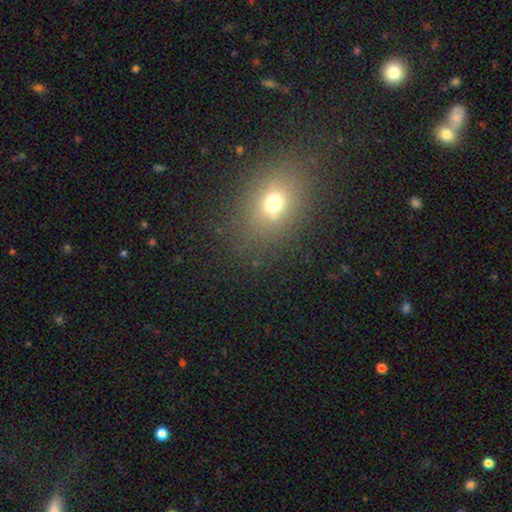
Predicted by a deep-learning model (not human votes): Smooth or featured: smooth — 63% (star or artifact — 26%)
How rounded: in between — 62% (round — 36%)
Merging: none — 86% (minor disturbance — 9%)